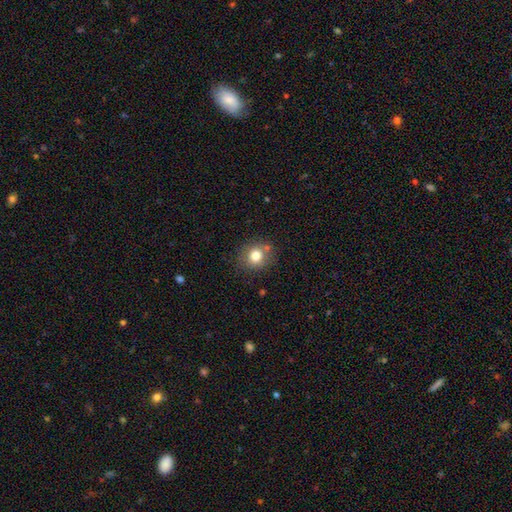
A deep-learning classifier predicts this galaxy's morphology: Q: Smooth or featured?
A: smooth (78%); runner-up: star or artifact (11%)
Q: How rounded?
A: round (79%); runner-up: in between (21%)
Q: Merging?
A: none (77%); runner-up: minor disturbance (13%)